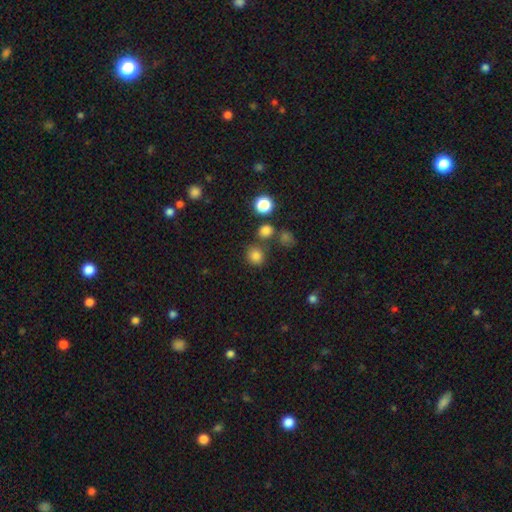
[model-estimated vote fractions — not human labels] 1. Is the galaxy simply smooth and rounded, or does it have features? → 79% smooth, 16% star or artifact, 5% featured or disk.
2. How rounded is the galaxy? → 86% round, 13% in between, 1% cigar-shaped.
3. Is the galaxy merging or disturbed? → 74% none, 12% merger, 9% minor disturbance, 4% major disturbance.